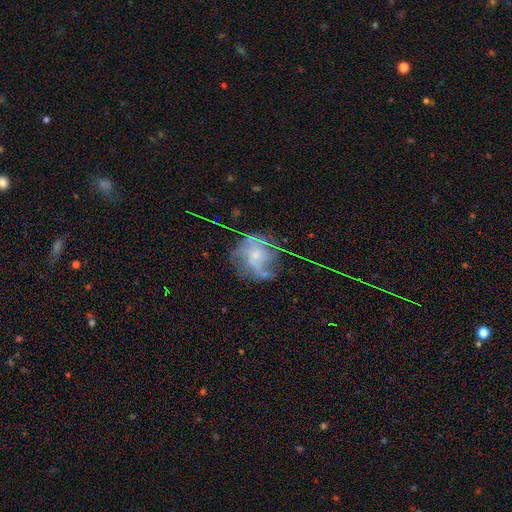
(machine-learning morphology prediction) featured or disk 68%, smooth 21%, star or artifact 11%. Down the decision tree: edge-on disk — no (97%); bar — no (75%); spiral arms — yes (75%); bulge size — small (67%); merging — none (56%).